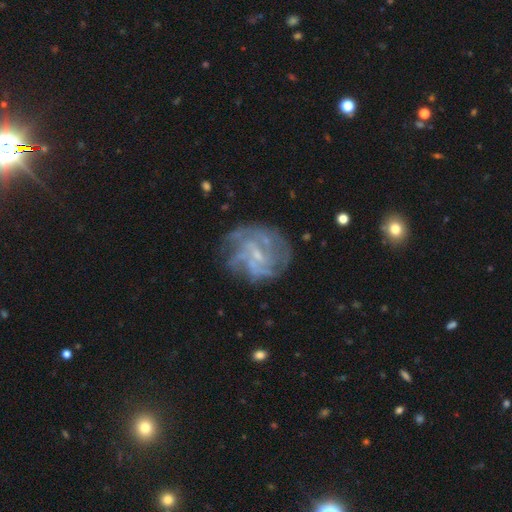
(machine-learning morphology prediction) smooth_or_featured: featured or disk (p=0.79) [alt: smooth p=0.12]
disk_edge_on: no (p=0.98) [alt: yes p=0.02]
bar: weak (p=0.51) [alt: no p=0.39]
has_spiral_arms: yes (p=0.86) [alt: no p=0.14]
spiral_winding: tight (p=0.44) [alt: medium p=0.39]
spiral_arm_count: can't tell (p=0.38) [alt: 4 p=0.21]
bulge_size: small (p=0.63) [alt: none p=0.19]
merging: none (p=0.66) [alt: minor disturbance p=0.18]